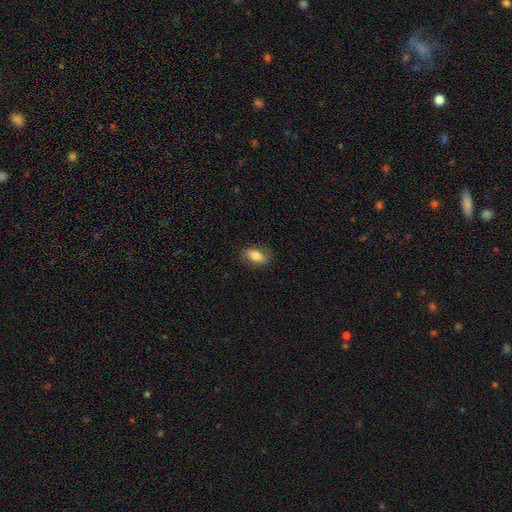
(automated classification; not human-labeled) A smooth galaxy with no disk features (78%) that is in between round and cigar-shaped (87%). Merging: none (81%).